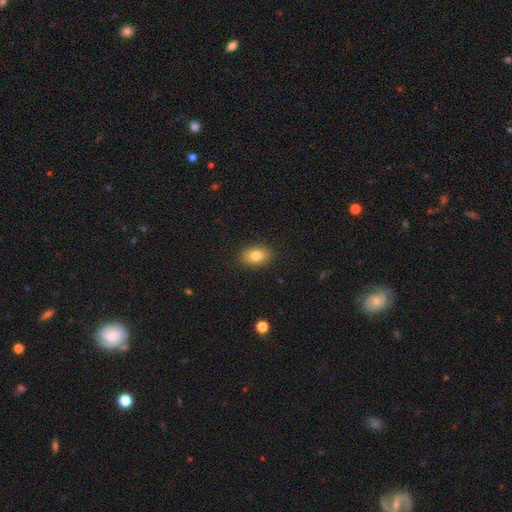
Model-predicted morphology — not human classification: type=smooth (82%); roundness=in between (85%); merging=none (88%).